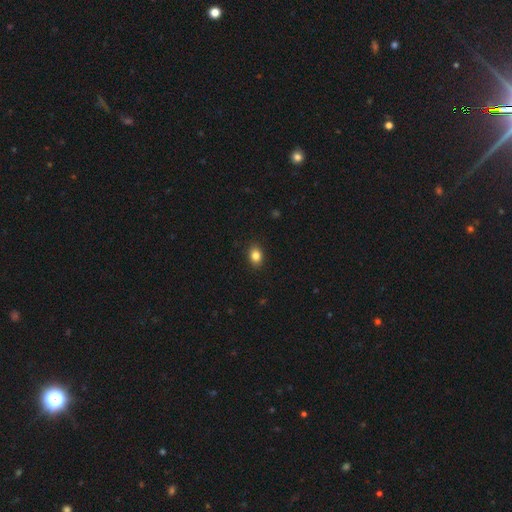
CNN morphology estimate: This is clearly a smooth galaxy (85%). How rounded: likely in between (69%). Merging: clearly none (89%).